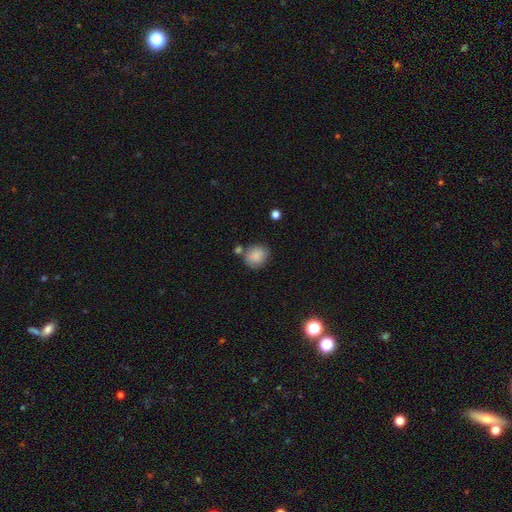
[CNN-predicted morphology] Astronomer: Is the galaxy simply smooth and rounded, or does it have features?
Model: smooth — 86%.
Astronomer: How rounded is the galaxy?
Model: round — 74%.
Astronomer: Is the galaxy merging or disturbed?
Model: none — 67%.